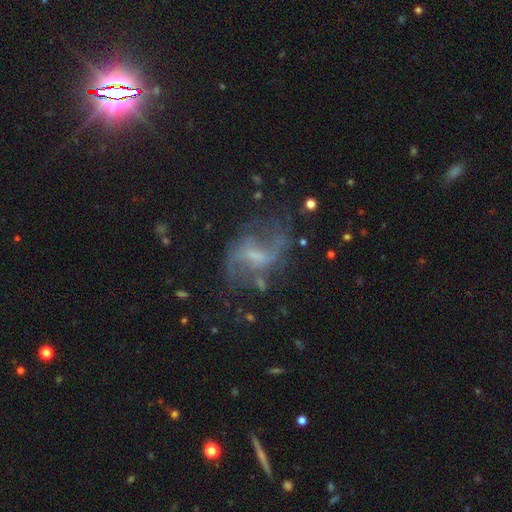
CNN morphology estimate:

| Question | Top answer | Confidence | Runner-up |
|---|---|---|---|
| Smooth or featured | featured or disk | 77% | smooth (13%) |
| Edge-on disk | no | 97% | yes (3%) |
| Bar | weak | 53% | strong (25%) |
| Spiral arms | yes | 83% | no (17%) |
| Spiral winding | loose | 65% | medium (28%) |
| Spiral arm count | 2 | 80% | can't tell (10%) |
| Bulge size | small | 42% | none (30%) |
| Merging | none | 54% | major disturbance (22%) |